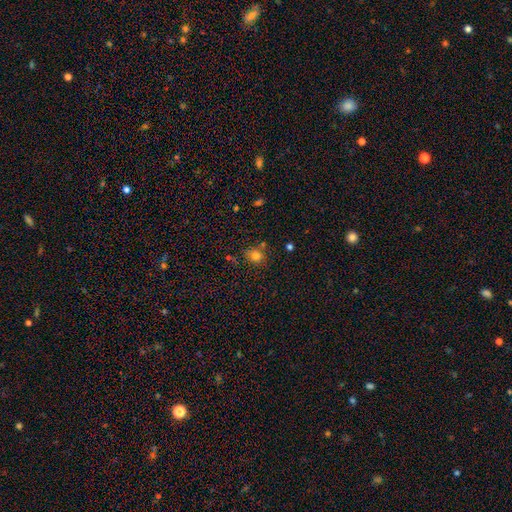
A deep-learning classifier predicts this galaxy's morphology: The model was most divided on "how rounded": round: 76%, in between: 23%, cigar-shaped: 1%. More confident: smooth or featured — smooth (77%); merging — none (74%).